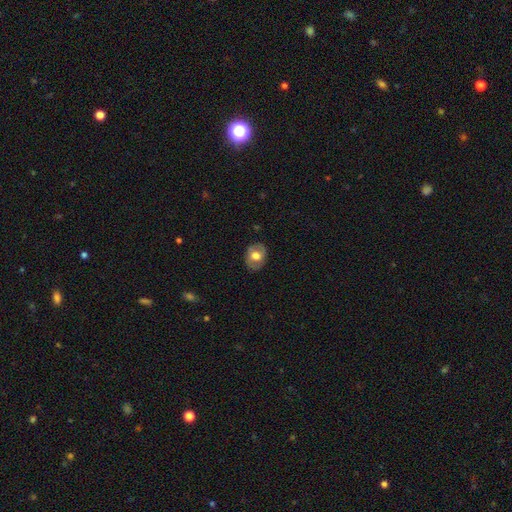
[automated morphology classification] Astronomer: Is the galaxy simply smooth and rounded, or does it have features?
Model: smooth — 50% (runner-up: featured or disk, 43%).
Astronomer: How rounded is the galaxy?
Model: in between — 58% (runner-up: round, 40%).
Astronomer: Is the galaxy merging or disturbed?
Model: none — 81%.